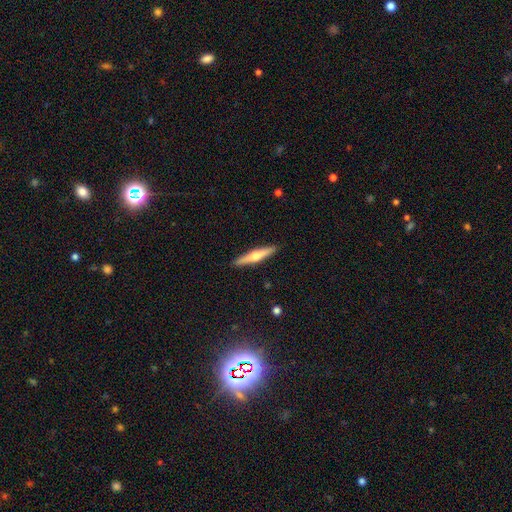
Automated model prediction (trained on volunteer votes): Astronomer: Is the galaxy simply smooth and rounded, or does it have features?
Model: featured or disk — 55% (runner-up: smooth, 40%).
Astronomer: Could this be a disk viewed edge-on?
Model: yes — 96%.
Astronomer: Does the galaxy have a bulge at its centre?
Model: rounded — 91%.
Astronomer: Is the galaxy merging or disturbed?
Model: none — 91%.